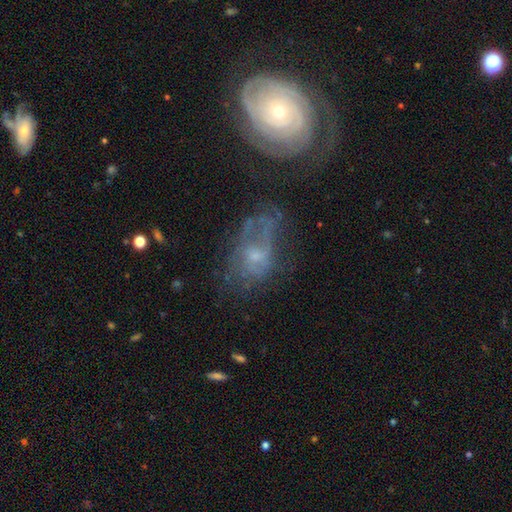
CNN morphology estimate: A featured or disk galaxy (67%) with no bar (74%), spiral arms (74%) and a small central bulge (62%).

Vote fractions:
- Smooth or featured? featured or disk: 67% / smooth: 20% / star or artifact: 13%
- Edge-on disk? no: 96% / yes: 4%
- Bar? no: 74% / weak: 21% / strong: 5%
- Spiral arms? yes: 74% / no: 26%
- Bulge size? small: 62% / moderate: 28% / none: 7% / large: 2% / dominant: 1%
- Merging? none: 41% / major disturbance: 27% / minor disturbance: 21% / merger: 11%